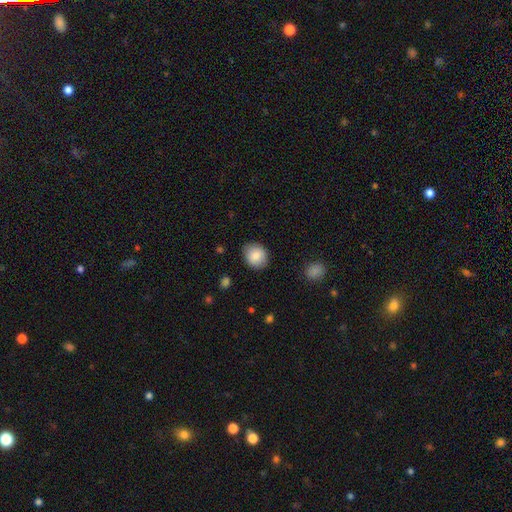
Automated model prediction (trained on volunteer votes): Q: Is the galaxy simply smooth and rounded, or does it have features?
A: smooth — 85%.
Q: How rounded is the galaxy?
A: round — 70%.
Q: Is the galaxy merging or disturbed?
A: none — 83%.